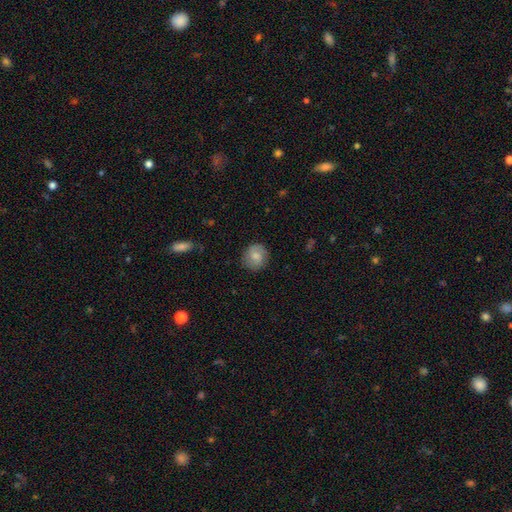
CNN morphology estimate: Smooth or featured: smooth — 76% (featured or disk — 17%)
How rounded: round — 84% (in between — 15%)
Merging: none — 84% (minor disturbance — 12%)